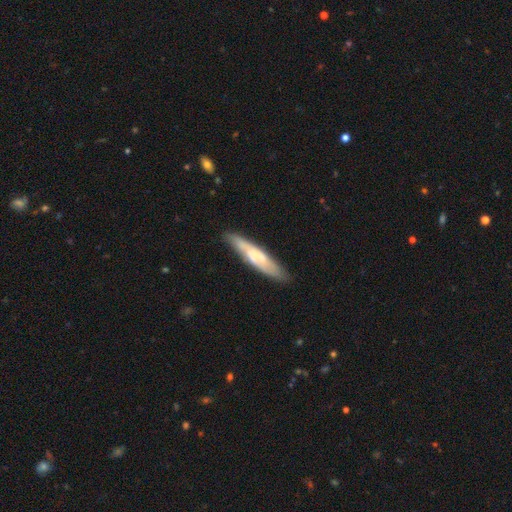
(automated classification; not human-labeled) Smooth or featured? smooth (51%)
How rounded? cigar-shaped (84%)
Merging? none (80%)